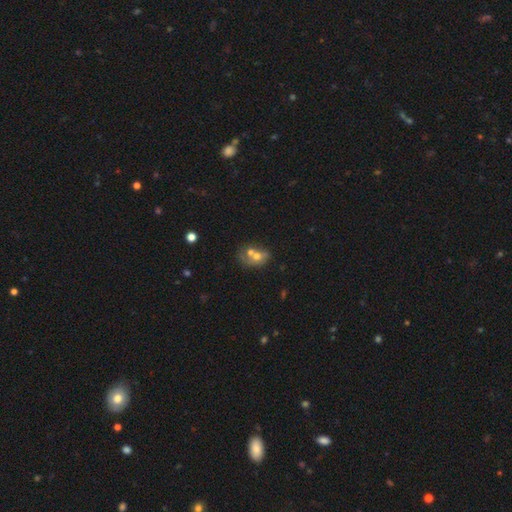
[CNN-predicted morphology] Q: Smooth or featured?
A: smooth (54%); runner-up: featured or disk (35%)
Q: How rounded?
A: in between (57%); runner-up: round (42%)
Q: Merging?
A: merger (62%); runner-up: none (19%)